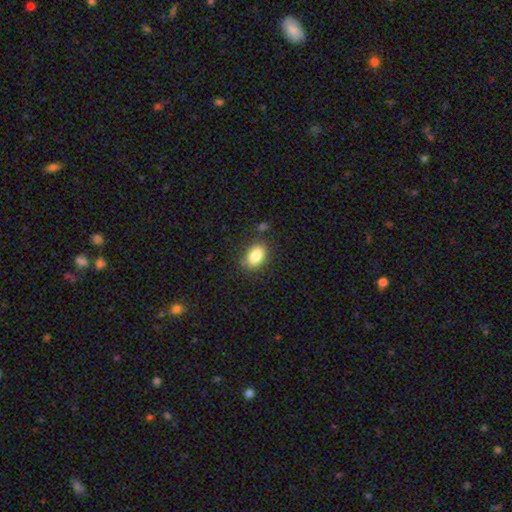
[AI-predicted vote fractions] This appears to be a smooth galaxy with no disk features (85%) that is in between round and cigar-shaped (83%). Merging: none (81%).